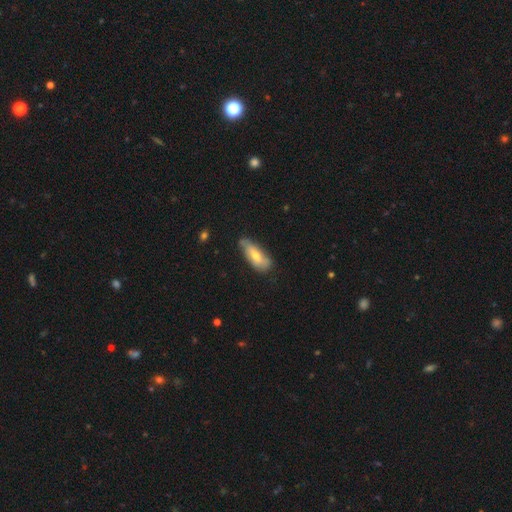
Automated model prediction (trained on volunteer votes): This is likely a smooth galaxy (63%). How rounded: likely in between (71%). Merging: possibly none (57%).